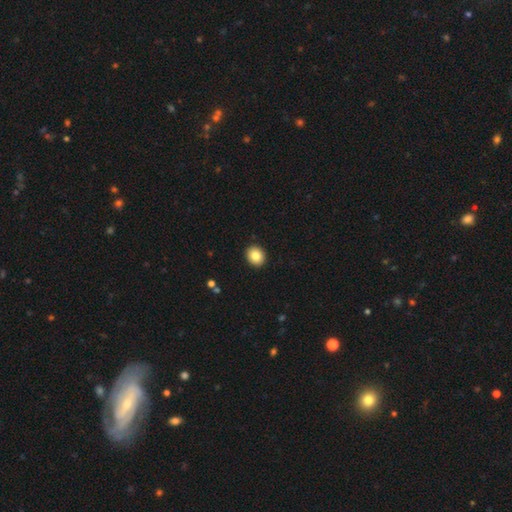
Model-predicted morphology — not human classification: Smooth or featured?
  - smooth: 84% *
  - star or artifact: 9%
  - featured or disk: 7%
How rounded?
  - round: 67% *
  - in between: 32%
  - cigar-shaped: 1%
Merging?
  - none: 92% *
  - minor disturbance: 5%
  - major disturbance: 1%
  - merger: 1%